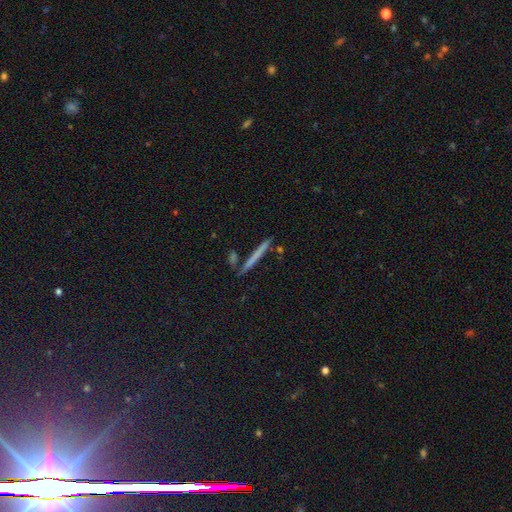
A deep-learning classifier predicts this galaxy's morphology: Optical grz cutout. It shows a smooth galaxy with no disk features (57%) that is cigar-shaped (96%). Merging: none (86%).